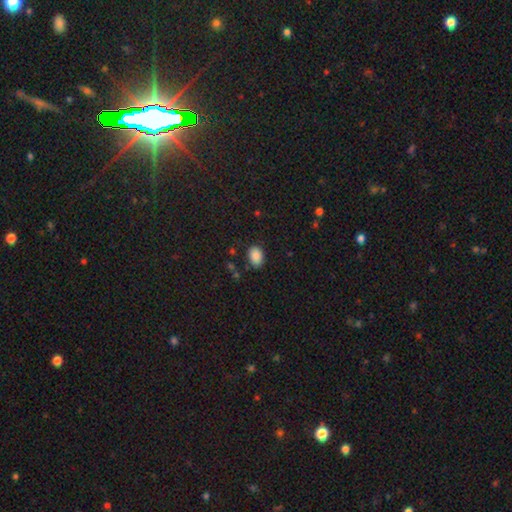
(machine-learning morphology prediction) smooth 88%, star or artifact 8%, featured or disk 4%. Down the decision tree: how rounded — in between (78%); merging — none (82%).